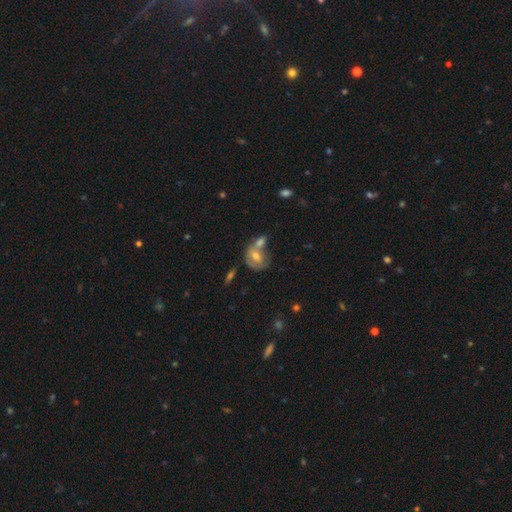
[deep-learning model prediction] Smooth or featured: smooth — 54% (featured or disk — 37%)
How rounded: in between — 52% (round — 46%)
Merging: merger — 52% (none — 30%)